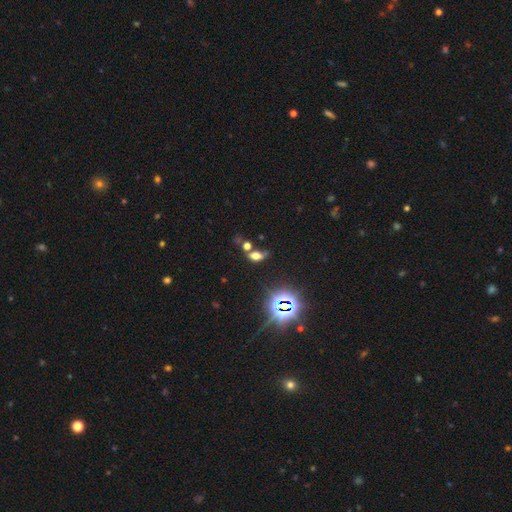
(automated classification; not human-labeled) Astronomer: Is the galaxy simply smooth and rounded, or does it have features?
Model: smooth — 55% (runner-up: star or artifact, 31%).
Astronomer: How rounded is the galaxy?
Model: in between — 79%.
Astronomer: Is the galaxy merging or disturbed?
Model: none — 49% (runner-up: merger, 25%).